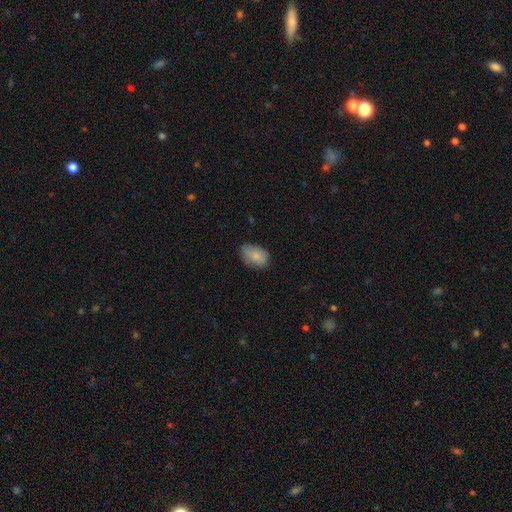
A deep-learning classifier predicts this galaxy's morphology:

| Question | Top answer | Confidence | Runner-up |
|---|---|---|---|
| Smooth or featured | smooth | 82% | featured or disk (11%) |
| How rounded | in between | 87% | round (11%) |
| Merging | none | 64% | minor disturbance (29%) |